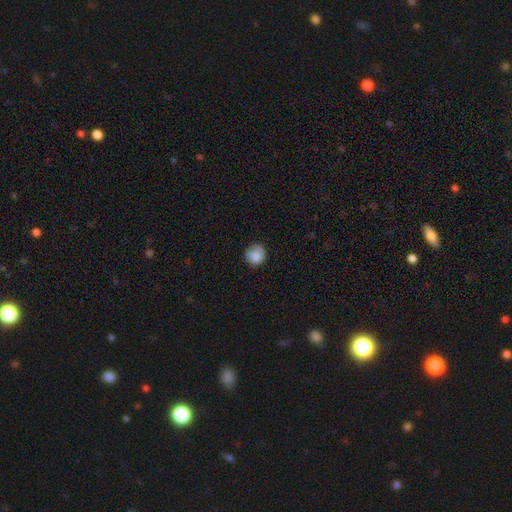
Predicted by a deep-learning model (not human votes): Smooth or featured? smooth (86%)
How rounded? round (88%)
Merging? none (73%)